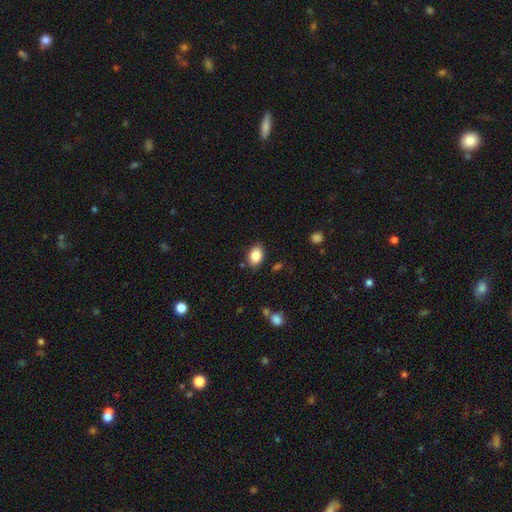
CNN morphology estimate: smooth-or-featured: smooth: 85% | star or artifact: 8% | featured or disk: 7%
  how-rounded: in between: 86% | round: 13% | cigar-shaped: 1%
  merging: none: 84% | minor disturbance: 11% | major disturbance: 3% | merger: 2%